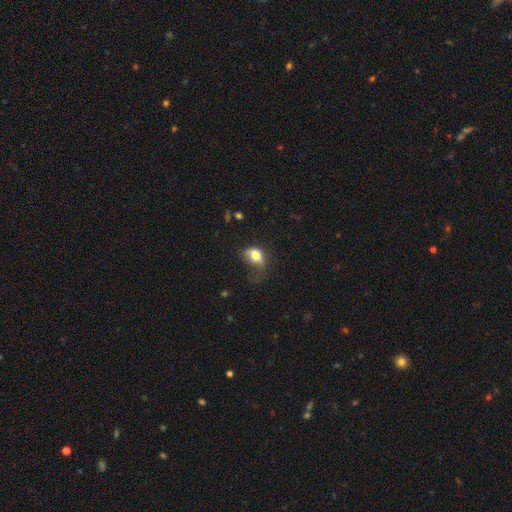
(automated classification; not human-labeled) Overall: smooth (75%). How rounded: in between (76%). Merging: major disturbance (40%; minor disturbance 32%).